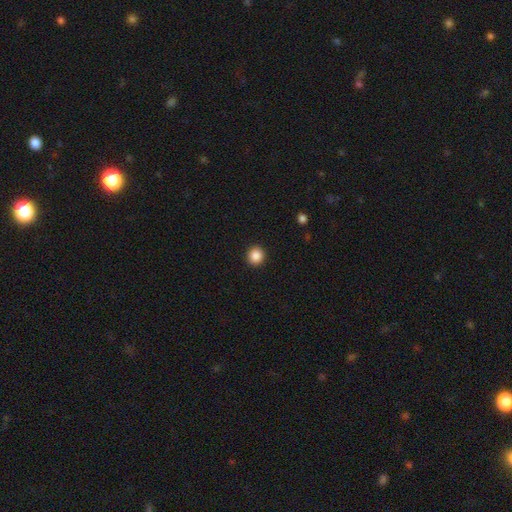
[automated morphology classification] smooth-or-featured: smooth: 87% | star or artifact: 10% | featured or disk: 3%
  how-rounded: round: 90% | in between: 9% | cigar-shaped: 1%
  merging: none: 92% | minor disturbance: 5% | major disturbance: 2% | merger: 1%